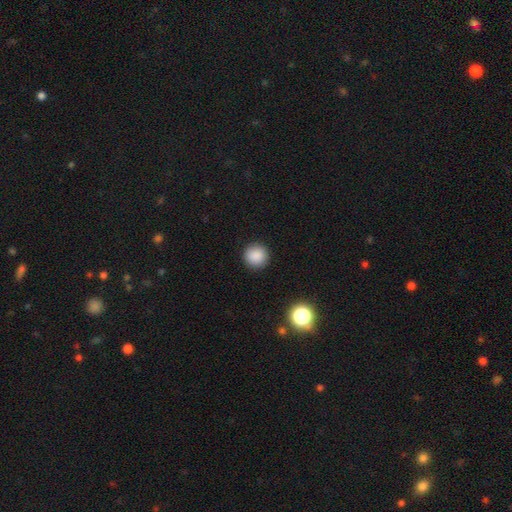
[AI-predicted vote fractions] Smooth or featured: smooth — 88% (star or artifact — 9%)
How rounded: round — 95% (in between — 4%)
Merging: none — 92% (minor disturbance — 5%)